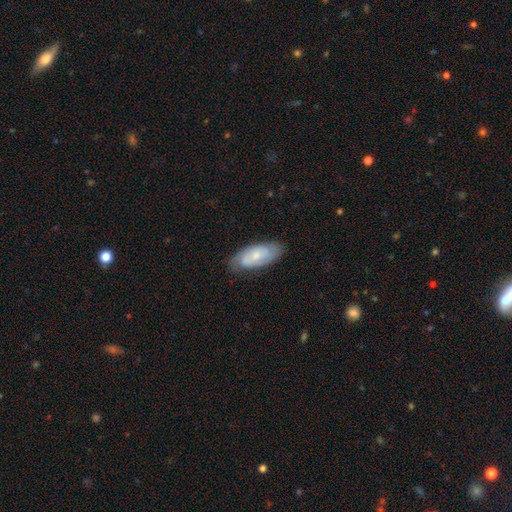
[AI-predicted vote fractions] A smooth galaxy with no disk features (51%) that is in between round and cigar-shaped (85%).

Vote fractions:
- Smooth or featured? smooth: 51% / featured or disk: 43% / star or artifact: 6%
- How rounded? in between: 85% / cigar-shaped: 13% / round: 2%
- Merging? none: 75% / minor disturbance: 20% / major disturbance: 4% / merger: 1%